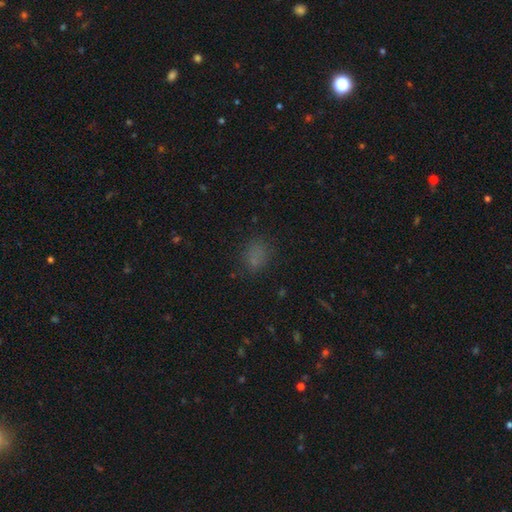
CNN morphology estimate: This appears to be a smooth galaxy with no disk features (71%) that is in between round and cigar-shaped (56%). Merging: none (74%).